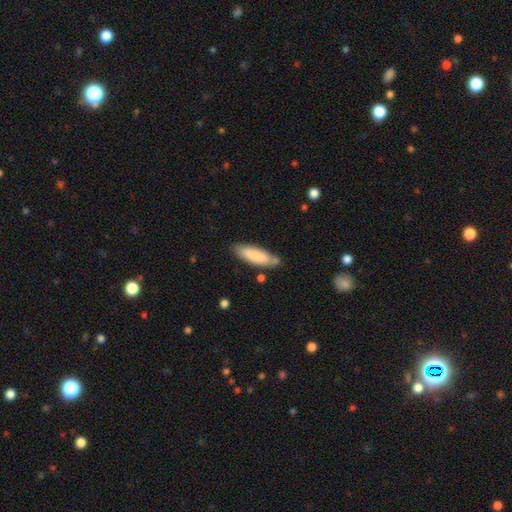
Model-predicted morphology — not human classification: This appears to be a smooth galaxy with no disk features (80%) that is cigar-shaped (52%). Merging: none (71%).